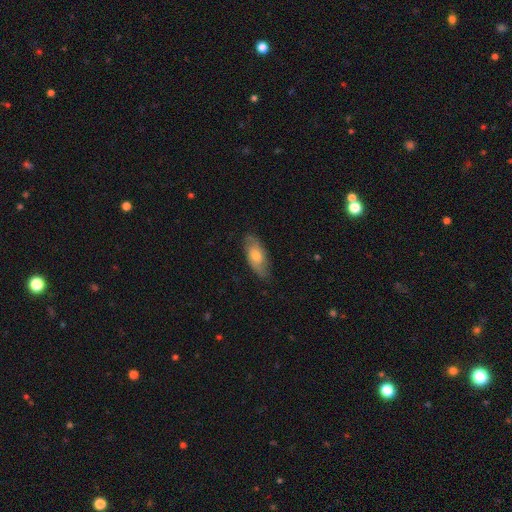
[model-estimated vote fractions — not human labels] Smooth or featured? smooth (47%)
Merging? none (78%)